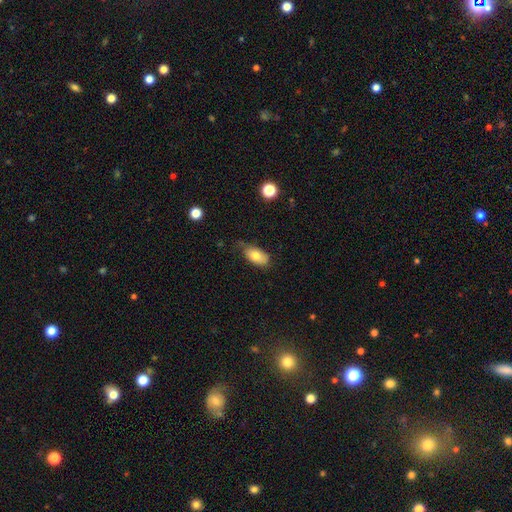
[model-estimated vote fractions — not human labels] Smooth or featured?
  - smooth: 76% *
  - featured or disk: 17%
  - star or artifact: 7%
How rounded?
  - in between: 92% *
  - round: 5%
  - cigar-shaped: 4%
Merging?
  - none: 55% *
  - minor disturbance: 34%
  - major disturbance: 8%
  - merger: 2%